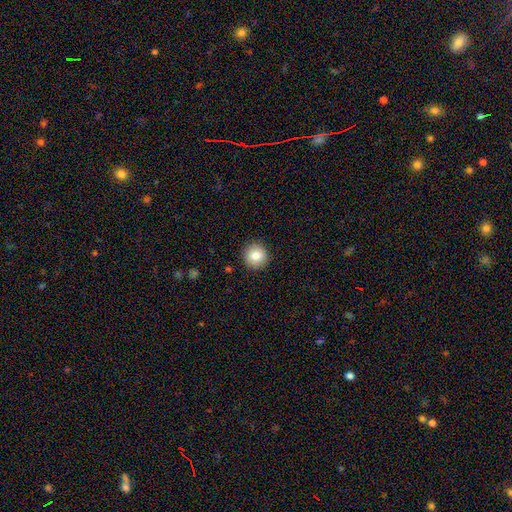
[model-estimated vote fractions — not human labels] Smooth or featured: smooth — 84% (star or artifact — 9%)
How rounded: round — 94% (in between — 5%)
Merging: none — 91% (minor disturbance — 6%)